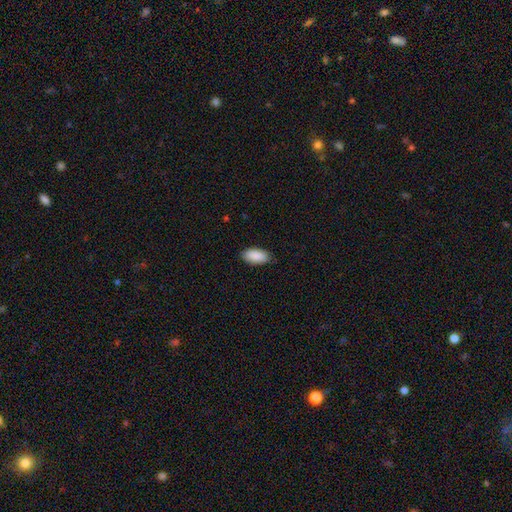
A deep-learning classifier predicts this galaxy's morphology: A smooth galaxy with no disk features (90%) that is in between round and cigar-shaped (94%). Merging: none (85%).